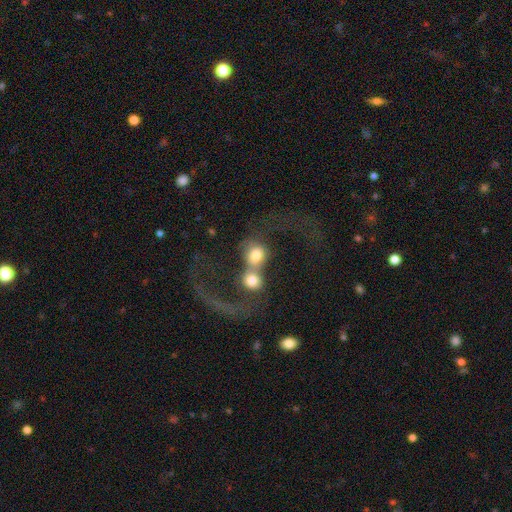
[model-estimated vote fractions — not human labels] Morphology: type=smooth (59%); roundness=round (76%); merging=merger (75%).